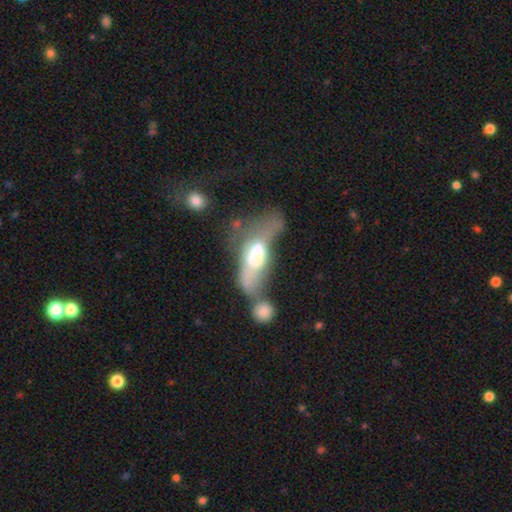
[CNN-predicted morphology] Smooth or featured: featured or disk — 47% (smooth — 43%)
Merging: merger — 45% (major disturbance — 32%)